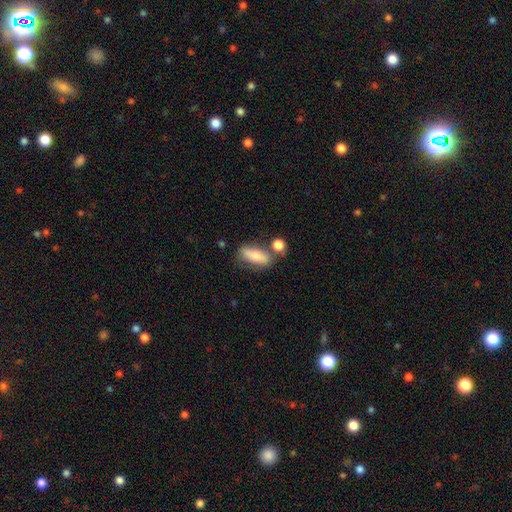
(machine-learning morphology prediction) type=smooth (73%); roundness=in between (70%); merging=none (59%).